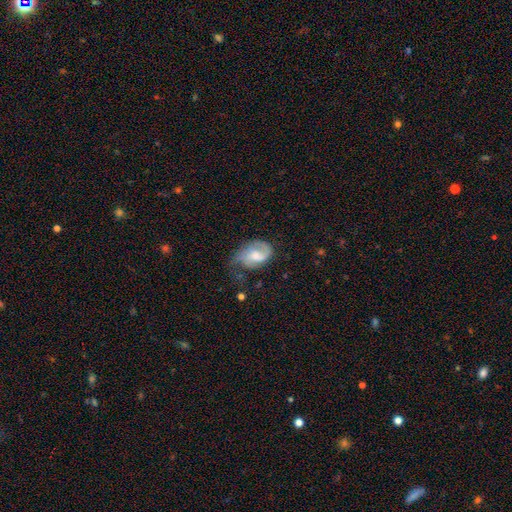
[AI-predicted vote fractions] featured or disk 62%, smooth 32%, star or artifact 7%. Down the decision tree: edge-on disk — no (97%); bar — no (57%); spiral arms — yes (87%); spiral arm count — 2 (45%); spiral winding — medium (43%); bulge size — moderate (45%); merging — none (37%).